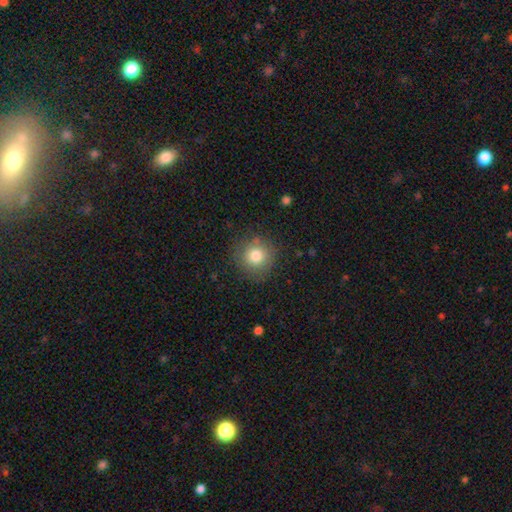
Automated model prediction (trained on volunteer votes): Morphology: type=smooth (80%); roundness=round (93%); merging=none (83%).